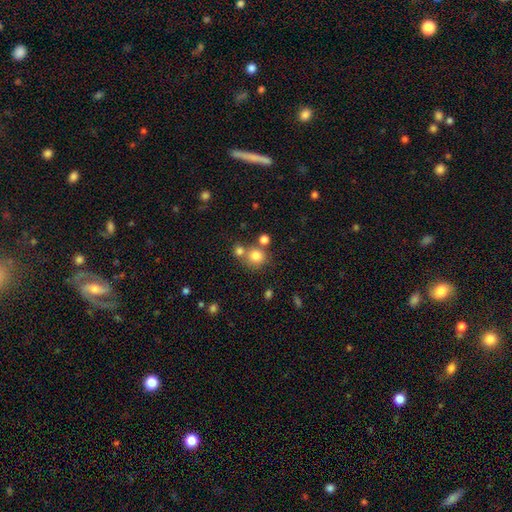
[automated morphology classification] Smooth or featured: smooth — 79% (star or artifact — 13%)
How rounded: round — 87% (in between — 12%)
Merging: none — 60% (merger — 27%)